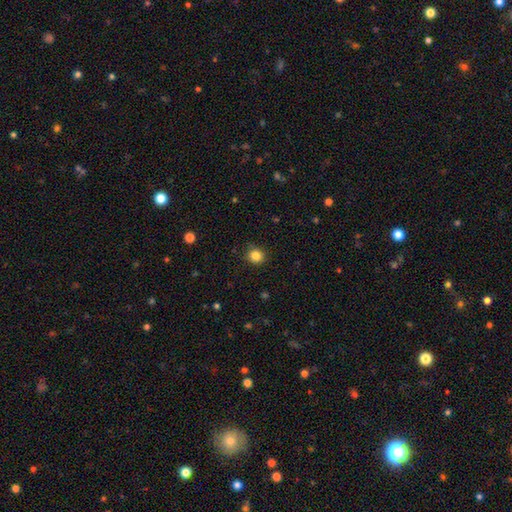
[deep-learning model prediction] This appears to be a smooth galaxy with no disk features (84%) that is round (86%). Merging: none (88%).